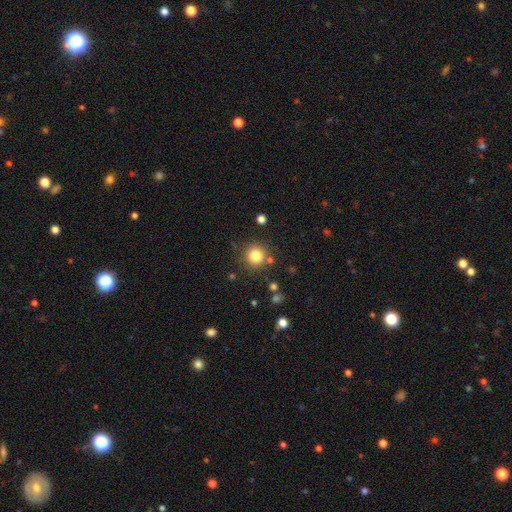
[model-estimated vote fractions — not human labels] Morphology: type=smooth (81%); roundness=round (94%); merging=none (84%).